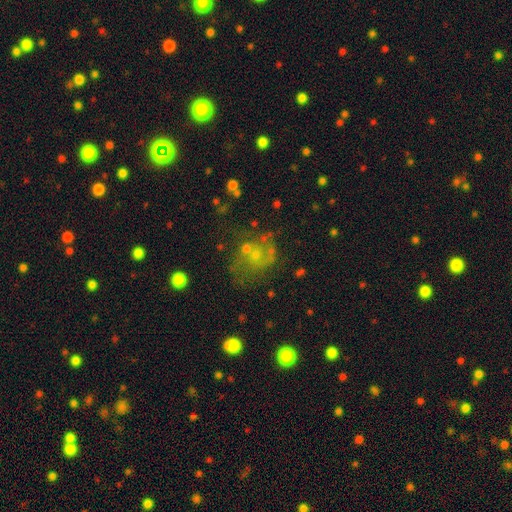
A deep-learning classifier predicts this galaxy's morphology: The model was most divided on "smooth or featured": featured or disk: 42%, smooth: 34%, star or artifact: 24%. Remaining: merging — none (44%).